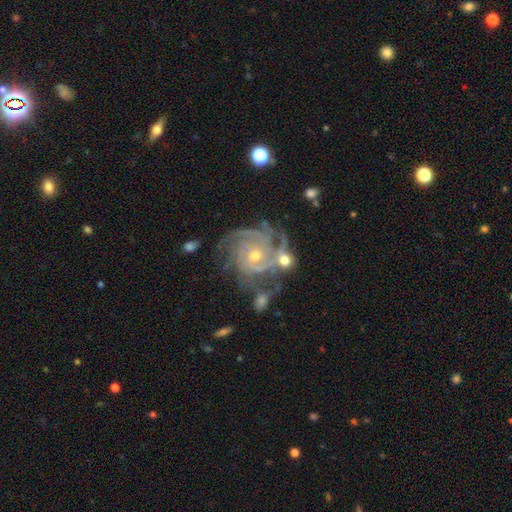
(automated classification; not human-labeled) The model was most divided on "spiral arm count": 4: 33%, 3: 27%, can't tell: 15%, more than 4: 11%, 2: 9%, 1: 6%. More confident: spiral arms — yes (98%); edge-on disk — no (98%); smooth or featured — featured or disk (90%); bar — no (72%); spiral winding — tight (71%); merging — none (55%); bulge size — small (55%).